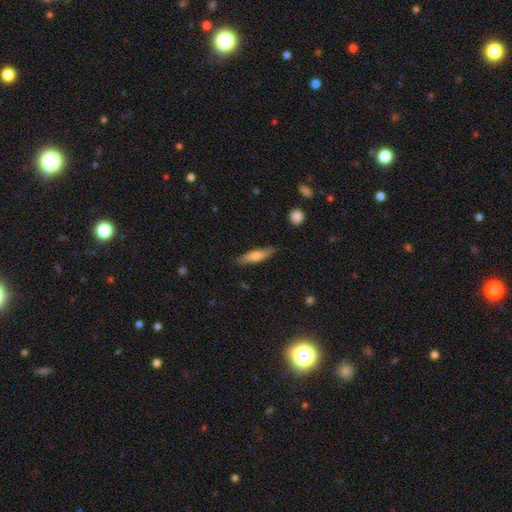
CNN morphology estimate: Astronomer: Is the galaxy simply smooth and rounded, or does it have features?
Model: smooth — 60%.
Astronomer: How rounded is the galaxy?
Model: cigar-shaped — 78%.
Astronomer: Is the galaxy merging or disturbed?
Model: none — 84%.